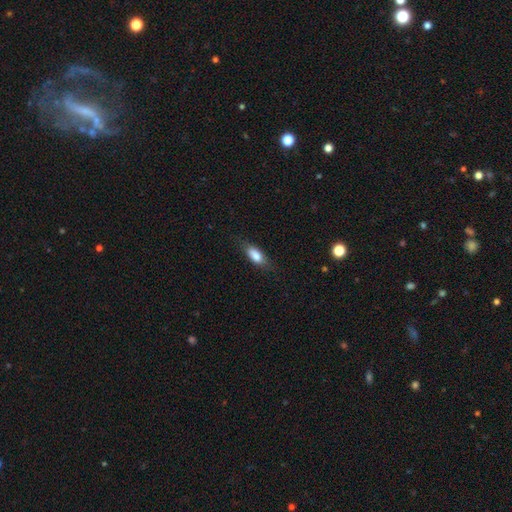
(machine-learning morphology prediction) Overall: smooth (79%). How rounded: in between (72%). Merging: none (76%).